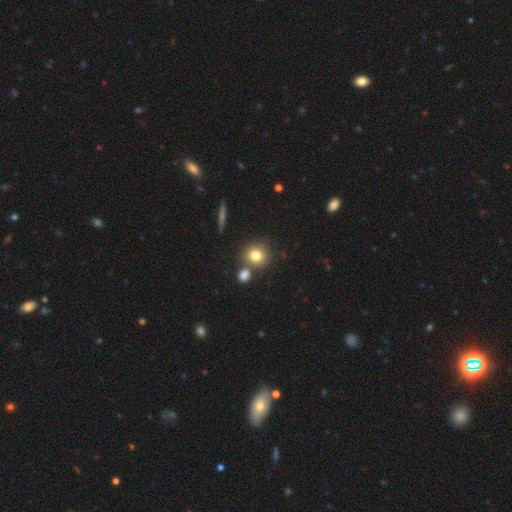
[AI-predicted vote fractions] The model was most divided on "merging": none: 70%, merger: 18%, minor disturbance: 9%, major disturbance: 3%. More confident: how rounded — round (85%); smooth or featured — smooth (79%).